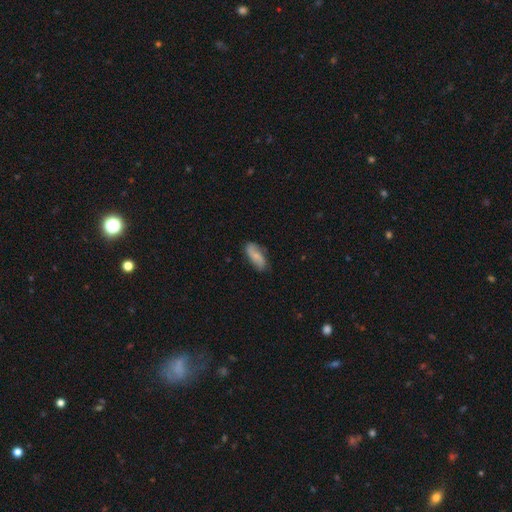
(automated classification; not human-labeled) This appears to be a smooth galaxy with no disk features (56%) that is in between round and cigar-shaped (79%). Merging: none (73%).